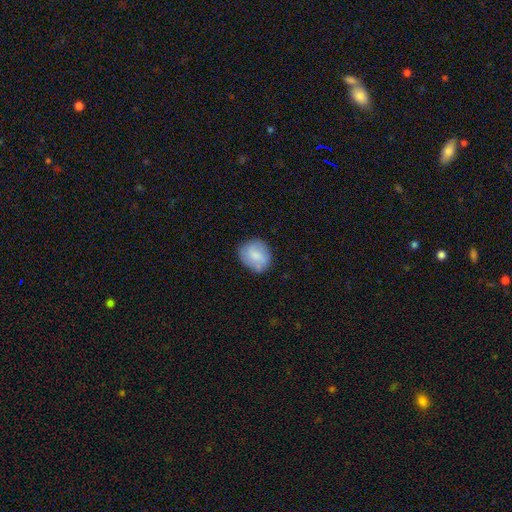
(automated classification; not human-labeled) A smooth galaxy with no disk features (76%) that is round (73%).

Vote fractions:
- Smooth or featured? smooth: 76% / featured or disk: 17% / star or artifact: 7%
- How rounded? round: 73% / in between: 26% / cigar-shaped: 1%
- Merging? none: 74% / minor disturbance: 20% / major disturbance: 5% / merger: 2%